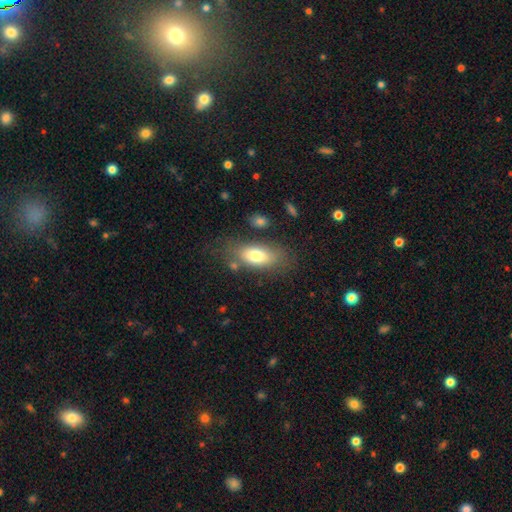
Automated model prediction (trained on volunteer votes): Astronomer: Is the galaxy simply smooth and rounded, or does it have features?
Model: smooth — 75%.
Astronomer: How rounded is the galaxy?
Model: in between — 85%.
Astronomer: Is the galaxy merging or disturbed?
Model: none — 71%.